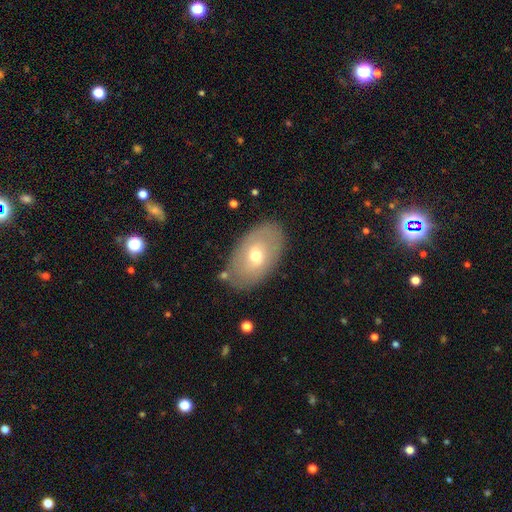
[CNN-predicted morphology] Q: Smooth or featured?
A: smooth (53%); runner-up: featured or disk (40%)
Q: How rounded?
A: in between (90%); runner-up: round (8%)
Q: Merging?
A: none (79%); runner-up: minor disturbance (14%)